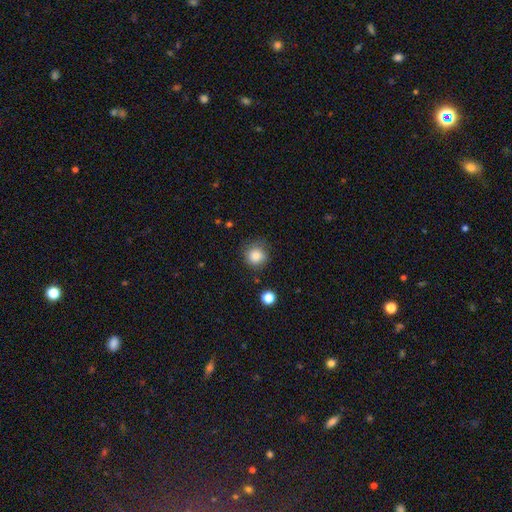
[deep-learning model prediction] This is clearly a smooth galaxy (84%). How rounded: clearly round (90%). Merging: likely none (73%).